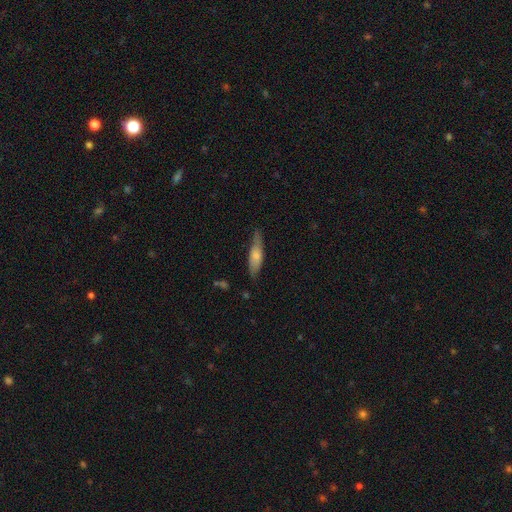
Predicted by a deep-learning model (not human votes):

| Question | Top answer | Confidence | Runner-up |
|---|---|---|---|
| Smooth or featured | smooth | 64% | featured or disk (31%) |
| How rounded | cigar-shaped | 62% | in between (36%) |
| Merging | none | 72% | minor disturbance (22%) |